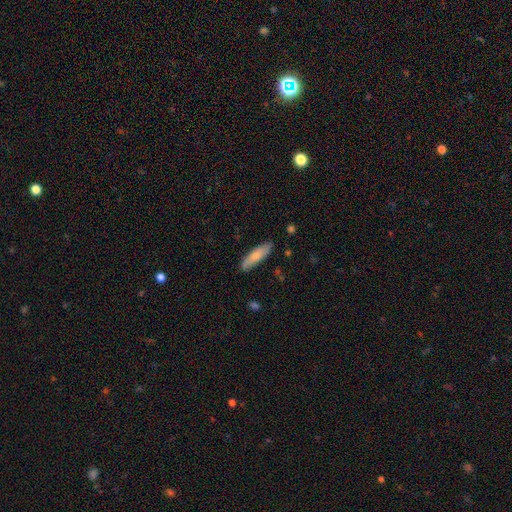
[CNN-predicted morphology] Q: Smooth or featured?
A: smooth (76%); runner-up: featured or disk (18%)
Q: How rounded?
A: cigar-shaped (66%); runner-up: in between (32%)
Q: Merging?
A: none (84%); runner-up: minor disturbance (13%)